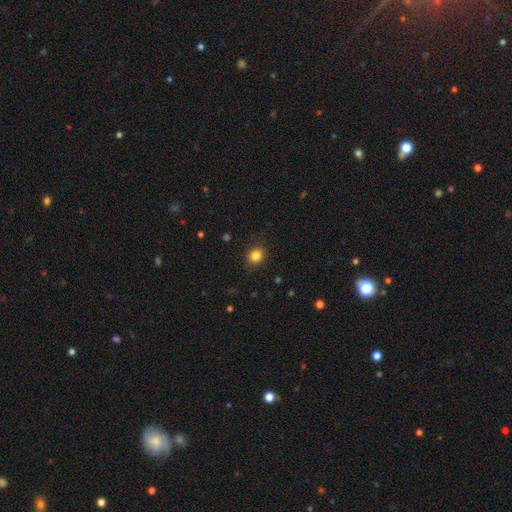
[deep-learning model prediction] smooth_or_featured: smooth (p=0.84) [alt: star or artifact p=0.11]
how_rounded: round (p=0.78) [alt: in between p=0.21]
merging: none (p=0.89) [alt: minor disturbance p=0.08]